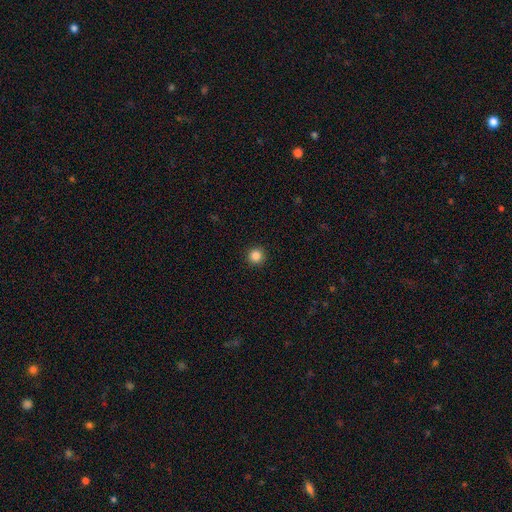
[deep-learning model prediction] smooth-or-featured: smooth: 86% | star or artifact: 11% | featured or disk: 3%
  how-rounded: round: 96% | in between: 3% | cigar-shaped: 1%
  merging: none: 93% | minor disturbance: 4% | major disturbance: 2% | merger: 1%